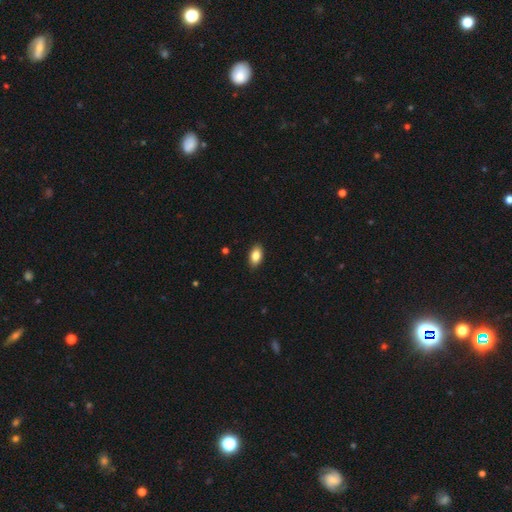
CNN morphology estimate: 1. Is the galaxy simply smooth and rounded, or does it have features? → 86% smooth, 7% star or artifact, 7% featured or disk.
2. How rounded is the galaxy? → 92% in between, 5% round, 3% cigar-shaped.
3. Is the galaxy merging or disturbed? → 89% none, 9% minor disturbance, 2% major disturbance, 1% merger.